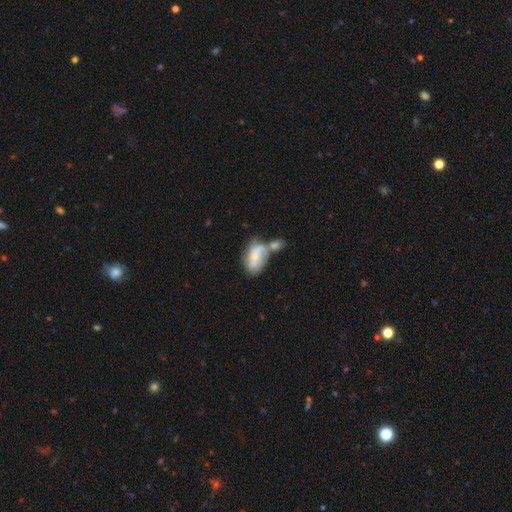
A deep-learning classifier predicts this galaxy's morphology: The model was most divided on "smooth or featured": featured or disk: 47%, smooth: 46%, star or artifact: 7%. More confident: merging — merger (52%).